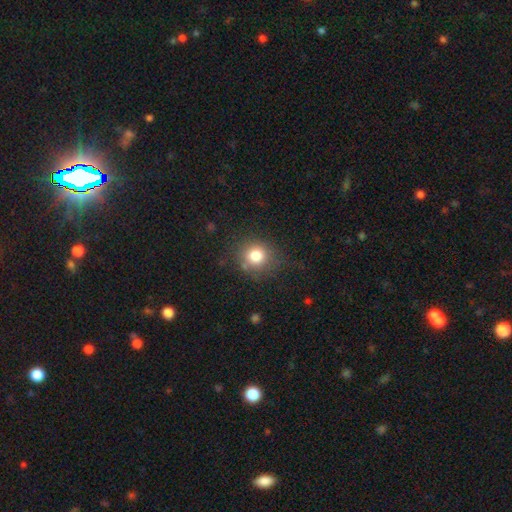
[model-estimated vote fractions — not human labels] Smooth or featured: smooth — 80% (star or artifact — 12%)
How rounded: round — 88% (in between — 12%)
Merging: none — 79% (minor disturbance — 13%)